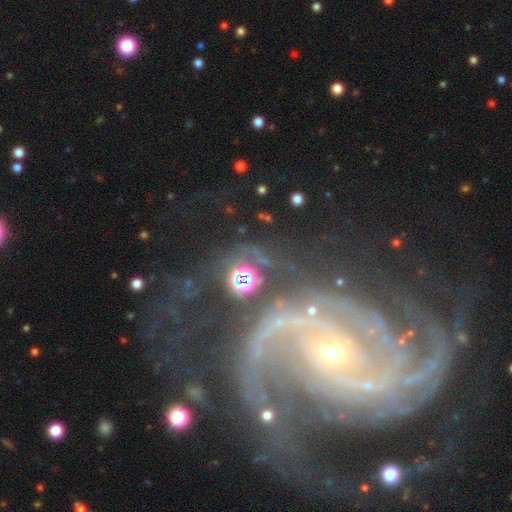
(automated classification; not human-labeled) Smooth or featured: featured or disk — 90% (star or artifact — 7%)
Edge-on disk: no — 98% (yes — 2%)
Bar: no — 54% (weak — 28%)
Spiral arms: yes — 98% (no — 2%)
Spiral winding: medium — 46% (tight — 39%)
Spiral arm count: 2 — 38% (3 — 19%)
Bulge size: small — 82% (moderate — 13%)
Merging: none — 54% (major disturbance — 22%)